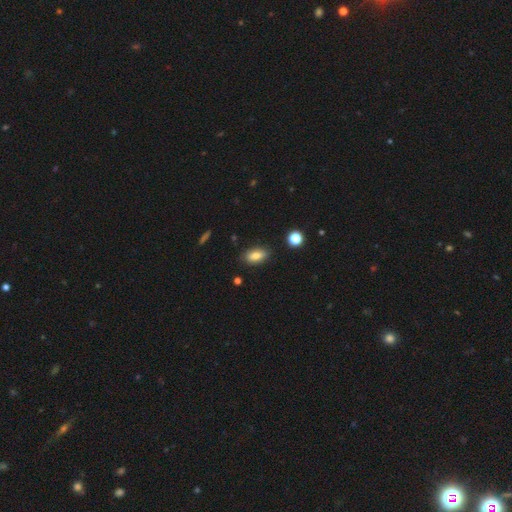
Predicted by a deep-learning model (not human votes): This is clearly a smooth galaxy (82%). How rounded: clearly in between (87%). Merging: clearly none (84%).